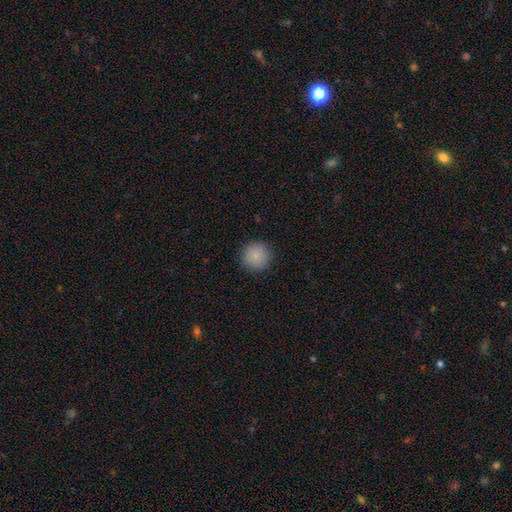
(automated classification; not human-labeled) Smooth or featured: smooth — 87% (star or artifact — 9%)
How rounded: round — 95% (in between — 4%)
Merging: none — 91% (minor disturbance — 6%)